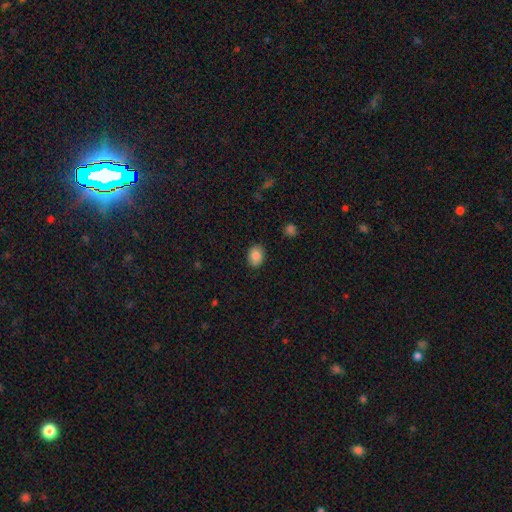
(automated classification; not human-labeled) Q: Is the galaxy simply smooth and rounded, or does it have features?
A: smooth — 87%.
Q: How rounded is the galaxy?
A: in between — 72%.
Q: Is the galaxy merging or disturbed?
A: none — 88%.